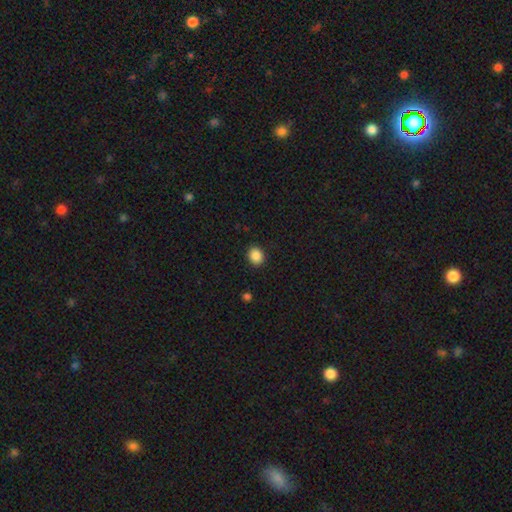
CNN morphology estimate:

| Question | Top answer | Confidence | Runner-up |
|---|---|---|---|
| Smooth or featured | smooth | 88% | star or artifact (9%) |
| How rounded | round | 68% | in between (31%) |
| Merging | none | 91% | minor disturbance (6%) |